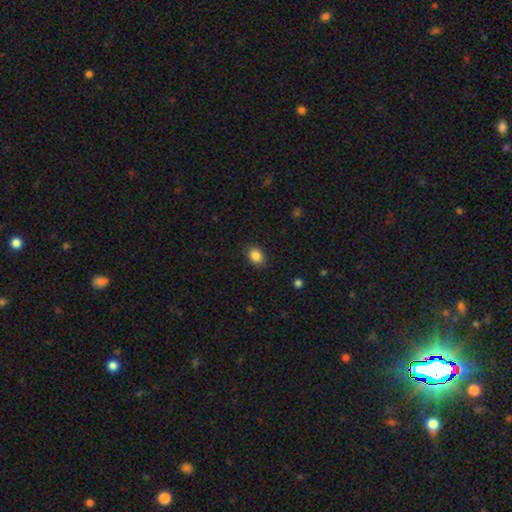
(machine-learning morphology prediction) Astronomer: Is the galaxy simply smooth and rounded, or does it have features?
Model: smooth — 87%.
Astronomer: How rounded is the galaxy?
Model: in between — 62%.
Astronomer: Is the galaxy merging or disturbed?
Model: none — 88%.